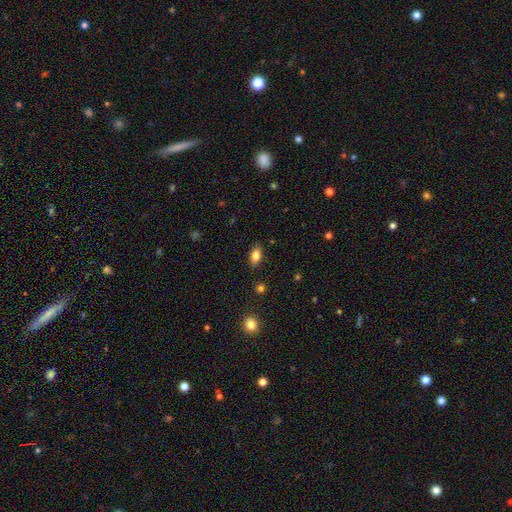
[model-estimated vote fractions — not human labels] smooth-or-featured: smooth: 81% | featured or disk: 10% | star or artifact: 9%
  how-rounded: in between: 88% | cigar-shaped: 6% | round: 6%
  merging: none: 86% | minor disturbance: 11% | major disturbance: 2% | merger: 1%